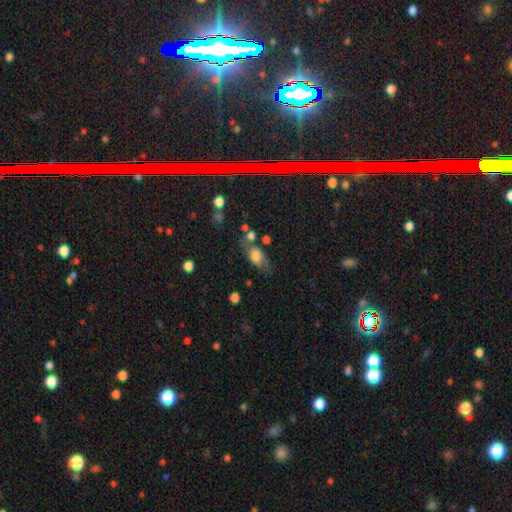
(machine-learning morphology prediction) type=smooth (68%); roundness=in between (79%); merging=none (58%).